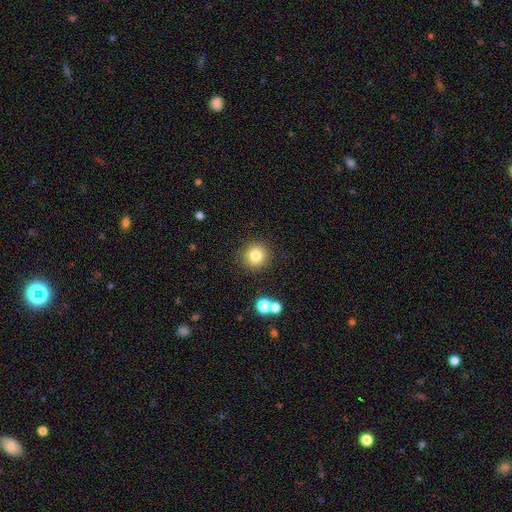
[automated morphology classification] Smooth or featured? smooth (81%)
How rounded? round (93%)
Merging? none (87%)